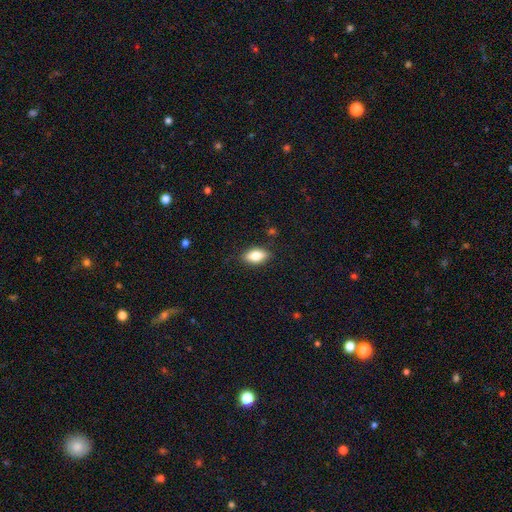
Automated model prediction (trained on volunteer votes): A smooth galaxy with no disk features (80%) that is in between round and cigar-shaped (88%).

Vote fractions:
- Smooth or featured? smooth: 80% / featured or disk: 12% / star or artifact: 7%
- How rounded? in between: 88% / cigar-shaped: 7% / round: 5%
- Merging? none: 85% / minor disturbance: 11% / major disturbance: 3% / merger: 1%